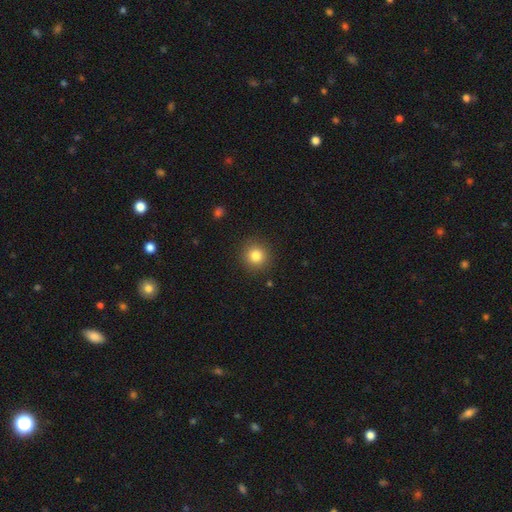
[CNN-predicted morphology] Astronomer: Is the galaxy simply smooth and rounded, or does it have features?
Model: smooth — 83%.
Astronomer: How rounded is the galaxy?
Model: round — 93%.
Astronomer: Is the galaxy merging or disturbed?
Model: none — 91%.